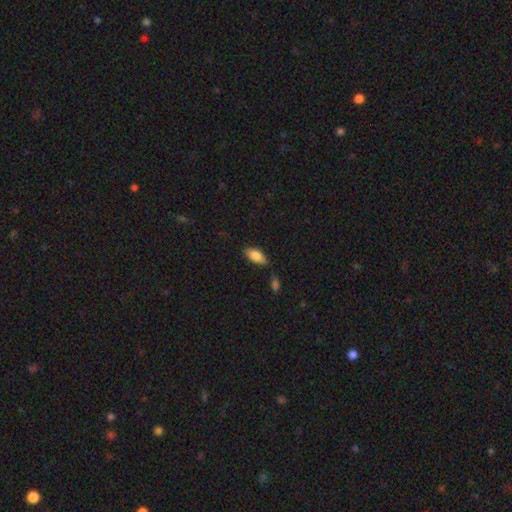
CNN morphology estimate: Smooth or featured? smooth (83%)
How rounded? in between (85%)
Merging? none (75%)